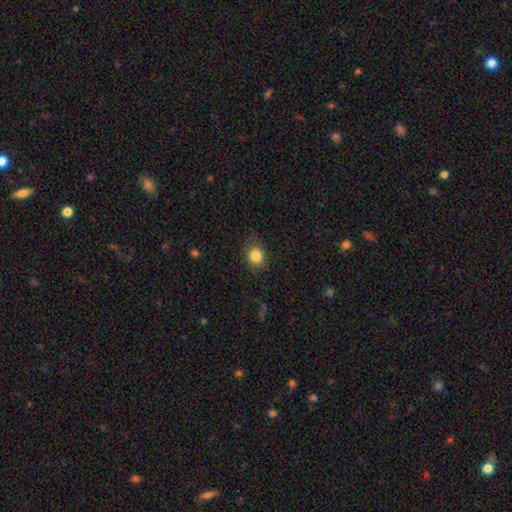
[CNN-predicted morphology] smooth-or-featured: smooth: 84% | star or artifact: 10% | featured or disk: 6%
  how-rounded: round: 59% | in between: 40% | cigar-shaped: 1%
  merging: none: 76% | minor disturbance: 17% | major disturbance: 6% | merger: 1%